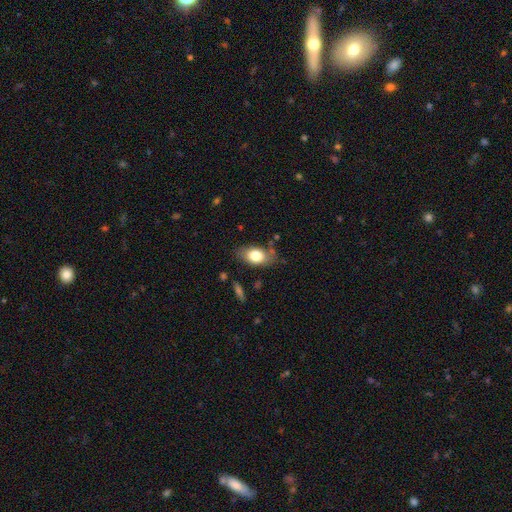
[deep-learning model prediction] Overall: smooth (76%). How rounded: in between (89%). Merging: none (74%).